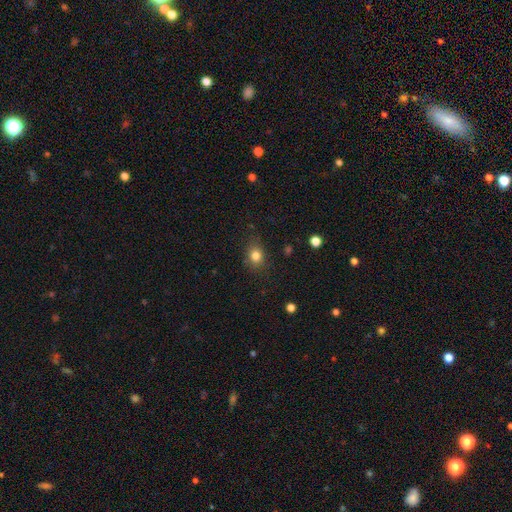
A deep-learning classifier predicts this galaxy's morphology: Smooth or featured? smooth (81%)
How rounded? round (52%)
Merging? none (80%)